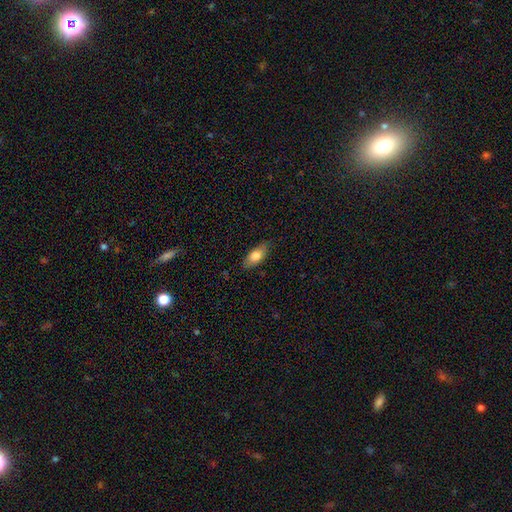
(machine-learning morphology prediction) smooth-or-featured: smooth: 77% | featured or disk: 16% | star or artifact: 6%
  how-rounded: in between: 84% | cigar-shaped: 13% | round: 3%
  merging: none: 84% | minor disturbance: 13% | major disturbance: 2% | merger: 1%